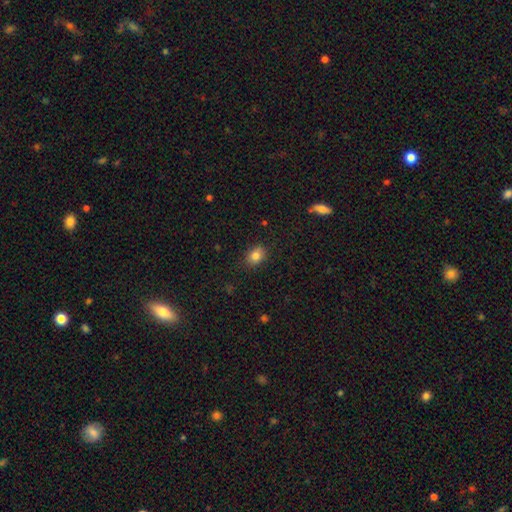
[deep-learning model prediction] This is clearly a smooth galaxy (82%). How rounded: likely in between (64%). Merging: clearly none (85%).